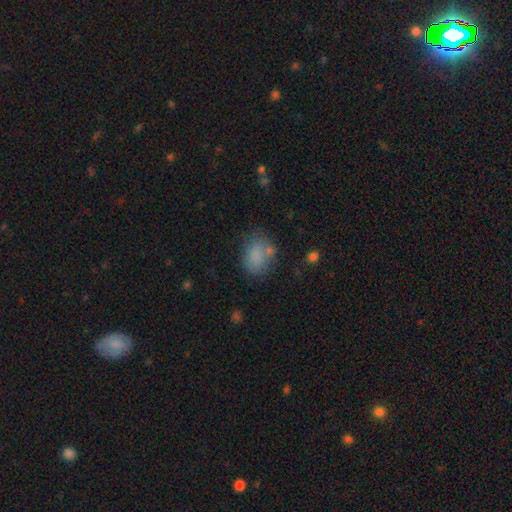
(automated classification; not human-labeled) Morphology: type=smooth (80%); roundness=in between (66%); merging=none (61%).